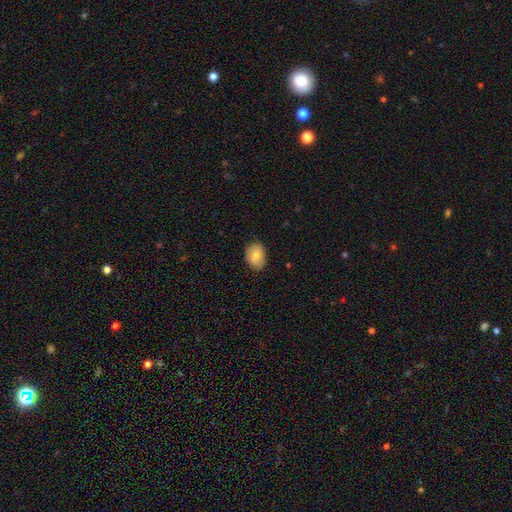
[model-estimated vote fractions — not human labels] Smooth or featured?
  - smooth: 78% *
  - featured or disk: 14%
  - star or artifact: 7%
How rounded?
  - in between: 75% *
  - round: 24%
  - cigar-shaped: 1%
Merging?
  - none: 83% *
  - minor disturbance: 14%
  - major disturbance: 2%
  - merger: 1%